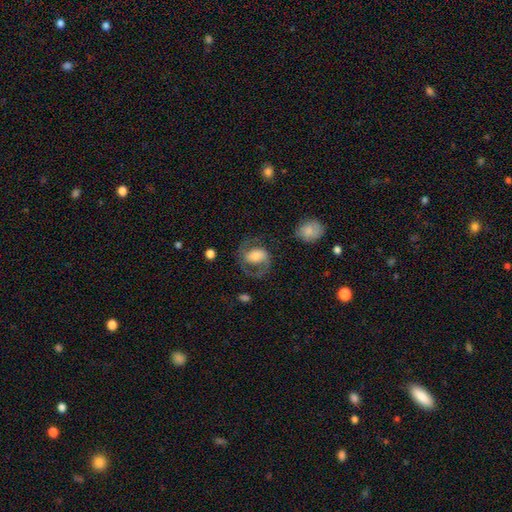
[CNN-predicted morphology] smooth_or_featured: featured or disk (p=0.66) [alt: smooth p=0.27]
disk_edge_on: no (p=0.97) [alt: yes p=0.03]
bar: weak (p=0.38) [alt: no p=0.36]
has_spiral_arms: yes (p=0.85) [alt: no p=0.15]
spiral_winding: medium (p=0.54) [alt: tight p=0.24]
spiral_arm_count: 2 (p=0.81) [alt: 1 p=0.10]
bulge_size: moderate (p=0.48) [alt: large p=0.24]
merging: none (p=0.61) [alt: major disturbance p=0.19]